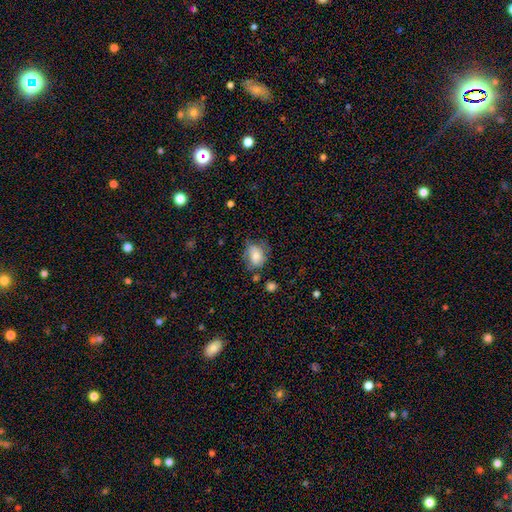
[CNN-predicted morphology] Smooth or featured: smooth — 67% (featured or disk — 24%)
How rounded: in between — 54% (round — 45%)
Merging: none — 53% (minor disturbance — 29%)